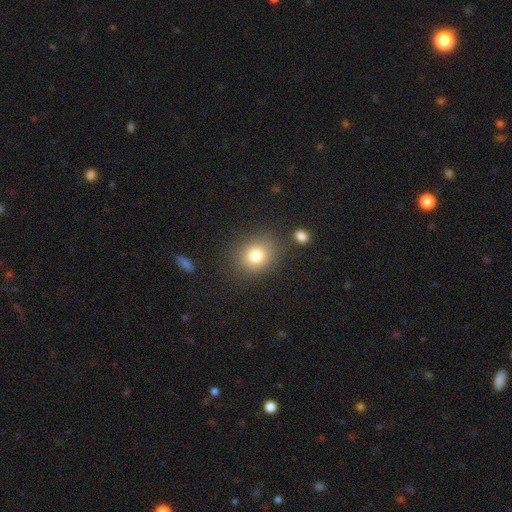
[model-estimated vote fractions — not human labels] A smooth galaxy with no disk features (79%) that is round (66%).

Vote fractions:
- Smooth or featured? smooth: 79% / star or artifact: 12% / featured or disk: 9%
- How rounded? round: 66% / in between: 33% / cigar-shaped: 1%
- Merging? none: 80% / minor disturbance: 11% / major disturbance: 4% / merger: 4%